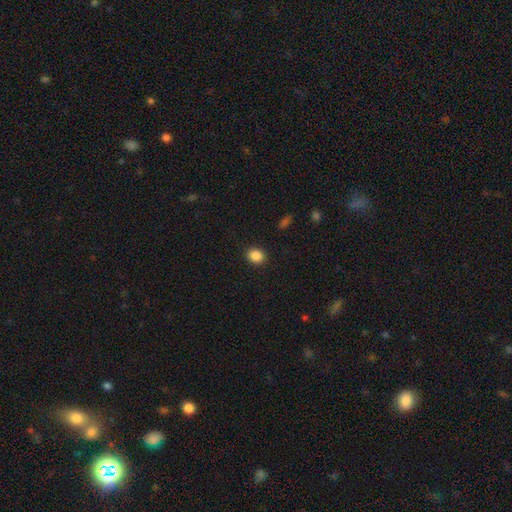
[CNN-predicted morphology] smooth-or-featured: smooth: 87% | star or artifact: 9% | featured or disk: 4%
  how-rounded: round: 64% | in between: 36% | cigar-shaped: 1%
  merging: none: 91% | minor disturbance: 6% | major disturbance: 2% | merger: 1%